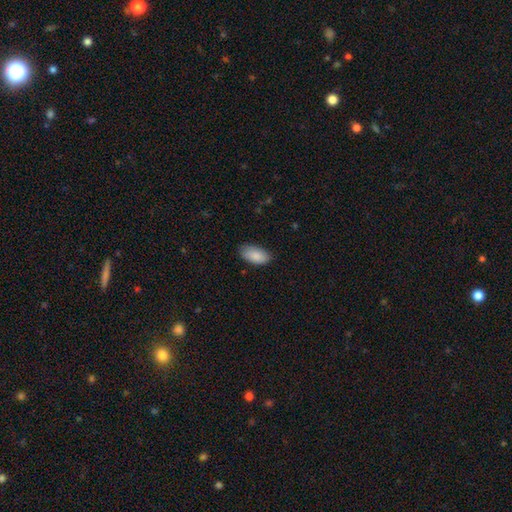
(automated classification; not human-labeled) Smooth or featured? smooth (88%)
How rounded? in between (94%)
Merging? none (80%)